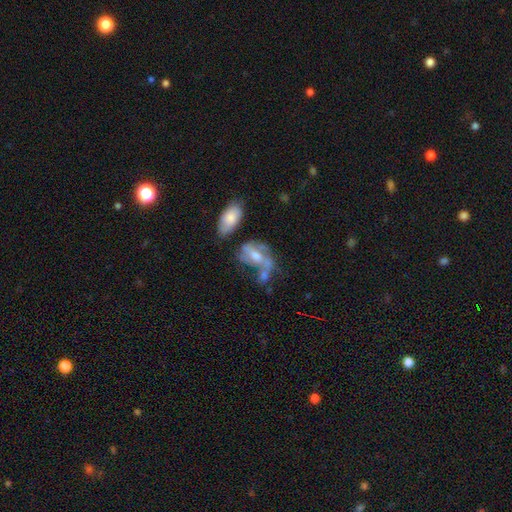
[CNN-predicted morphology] Smooth or featured? featured or disk (57%)
Edge-on disk? no (91%)
Bar? no (47%)
Spiral arms? yes (50%, tied with no)
Bulge size? moderate (59%)
Merging? merger (32%)